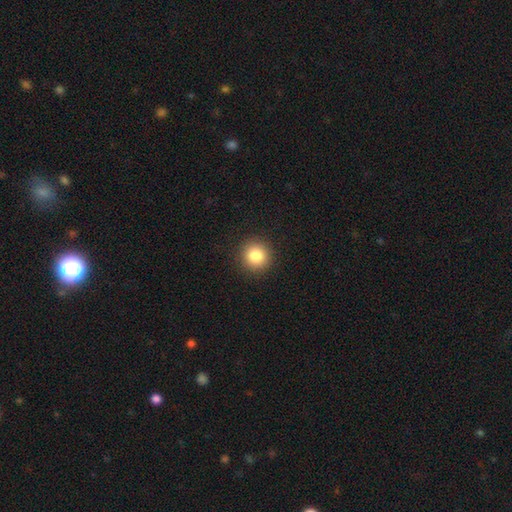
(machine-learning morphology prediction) smooth 85%, star or artifact 10%, featured or disk 5%. Down the decision tree: how rounded — round (94%); merging — none (92%).